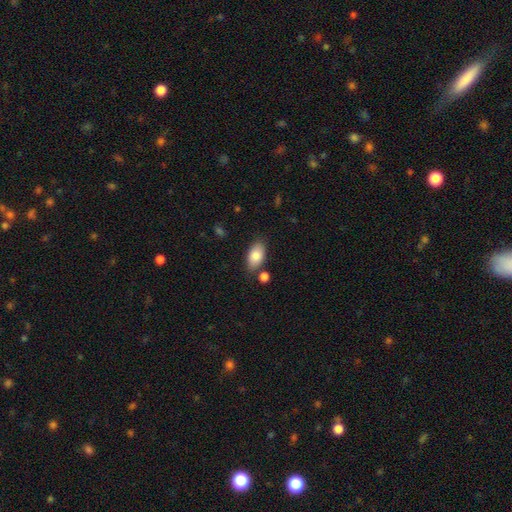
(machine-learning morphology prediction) Smooth or featured? smooth (84%)
How rounded? in between (93%)
Merging? none (76%)